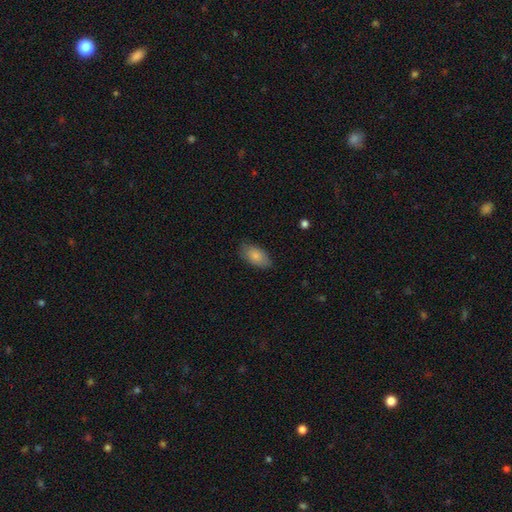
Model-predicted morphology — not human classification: Overall: smooth (82%). How rounded: in between (93%). Merging: none (80%).